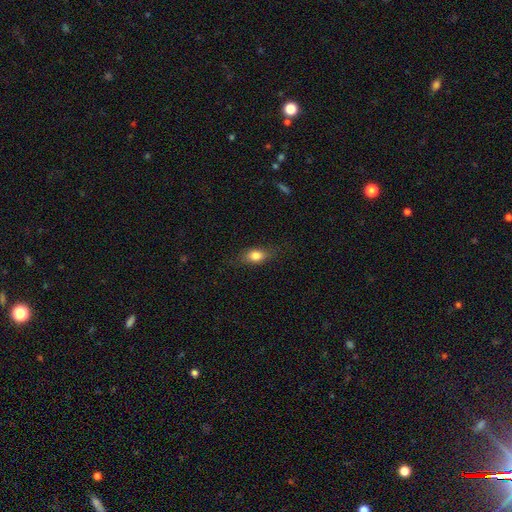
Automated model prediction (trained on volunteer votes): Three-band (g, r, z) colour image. It shows a smooth galaxy with no disk features (77%) that is in between round and cigar-shaped (74%). Merging: none (76%).